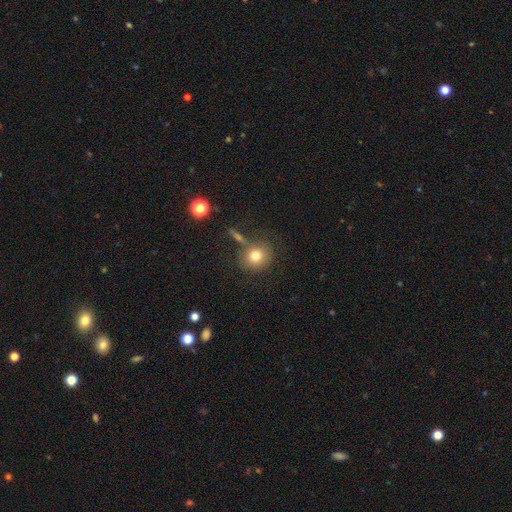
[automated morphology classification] smooth_or_featured: smooth (p=0.78) [alt: star or artifact p=0.11]
how_rounded: round (p=0.83) [alt: in between p=0.16]
merging: none (p=0.70) [alt: minor disturbance p=0.13]